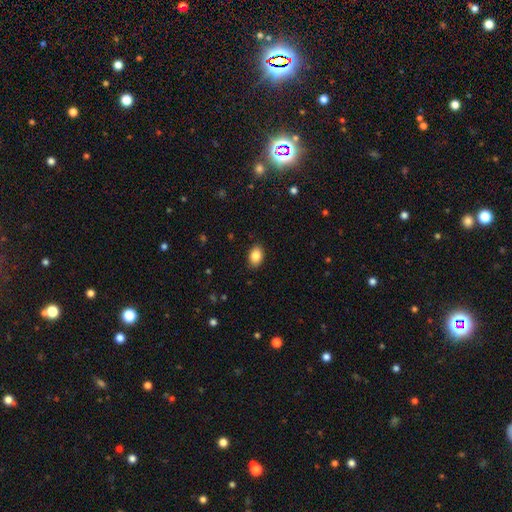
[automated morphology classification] Smooth or featured? Predicted: smooth (p=0.86). How rounded? Predicted: in between (p=0.85). Merging? Predicted: none (p=0.89).